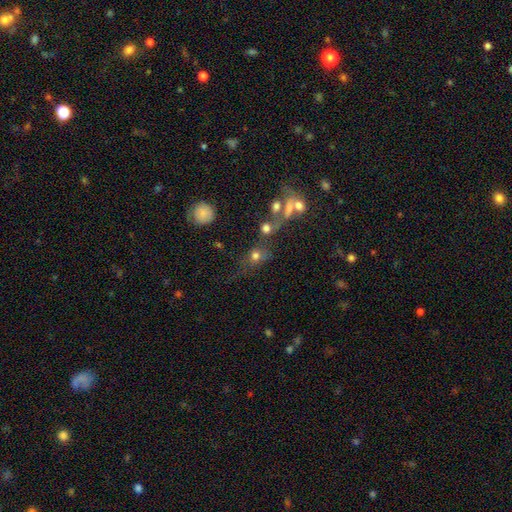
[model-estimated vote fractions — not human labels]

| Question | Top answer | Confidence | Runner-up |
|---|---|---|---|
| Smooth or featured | smooth | 68% | star or artifact (17%) |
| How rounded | round | 69% | in between (28%) |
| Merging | none | 39% | merger (31%) |